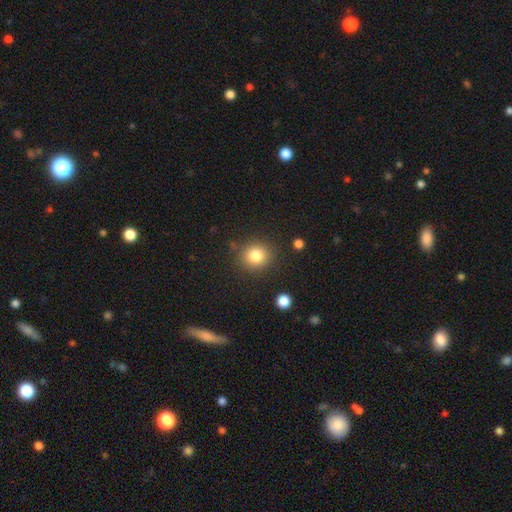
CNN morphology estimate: This appears to be a smooth galaxy with no disk features (82%) that is round (86%). Merging: none (85%).